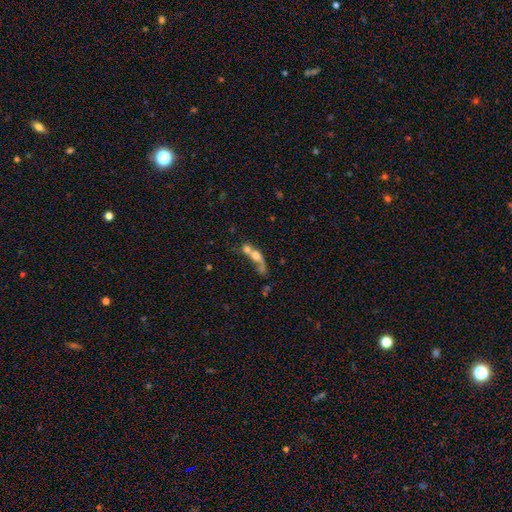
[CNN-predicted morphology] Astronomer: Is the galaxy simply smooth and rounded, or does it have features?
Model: smooth — 53% (runner-up: featured or disk, 35%).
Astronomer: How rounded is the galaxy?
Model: in between — 47% (runner-up: round, 30%).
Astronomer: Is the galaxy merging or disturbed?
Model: merger — 63%.